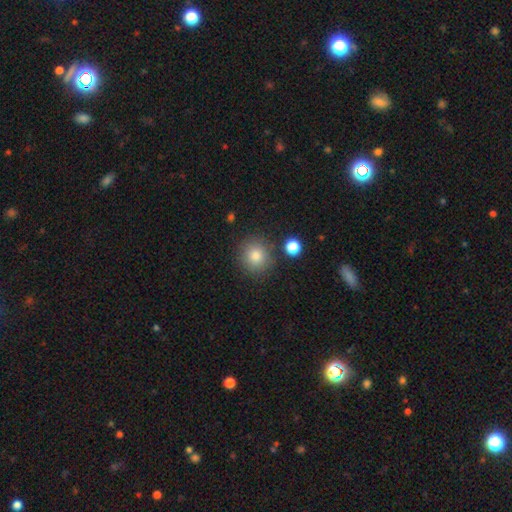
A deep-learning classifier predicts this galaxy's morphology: This appears to be a smooth galaxy with no disk features (81%) that is round (91%). Merging: none (85%).